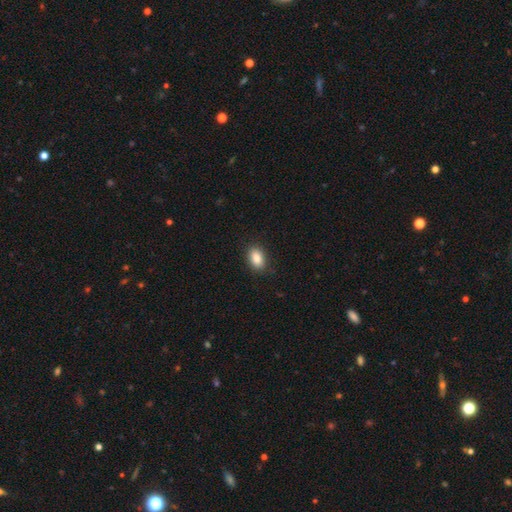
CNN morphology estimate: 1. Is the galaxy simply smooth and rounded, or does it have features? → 86% smooth, 8% star or artifact, 6% featured or disk.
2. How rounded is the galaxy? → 86% in between, 13% round, 2% cigar-shaped.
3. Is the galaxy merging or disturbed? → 87% none, 10% minor disturbance, 2% major disturbance, 1% merger.